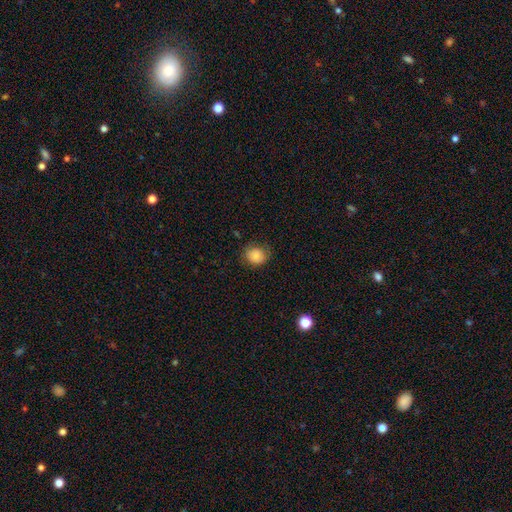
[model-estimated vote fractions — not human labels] The model was most divided on "how rounded": round: 71%, in between: 28%, cigar-shaped: 1%. More confident: smooth or featured — smooth (84%); merging — none (69%).